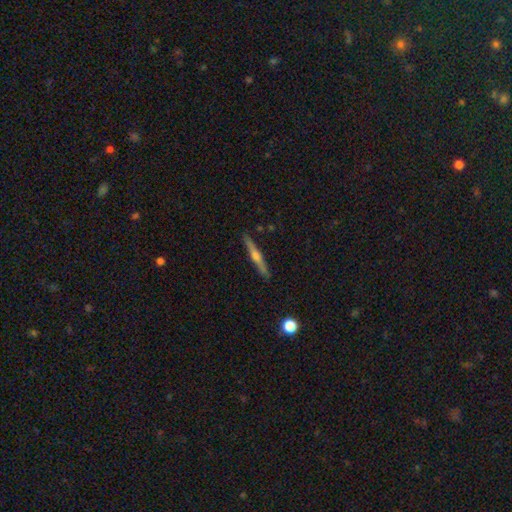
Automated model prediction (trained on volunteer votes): This is likely a featured or disk galaxy (69%). It is clearly viewed edge-on (98%). Edge-on bulge: clearly rounded (90%). Merging: clearly none (91%).